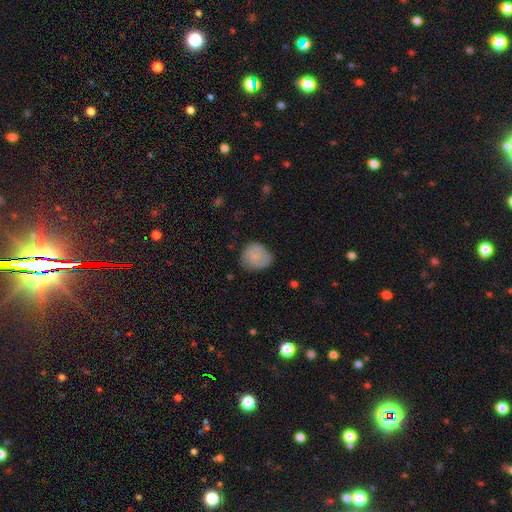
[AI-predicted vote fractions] A smooth galaxy with no disk features (55%) that is round (77%).

Vote fractions:
- Smooth or featured? smooth: 55% / featured or disk: 37% / star or artifact: 7%
- How rounded? round: 77% / in between: 22% / cigar-shaped: 1%
- Merging? none: 69% / minor disturbance: 23% / major disturbance: 6% / merger: 1%